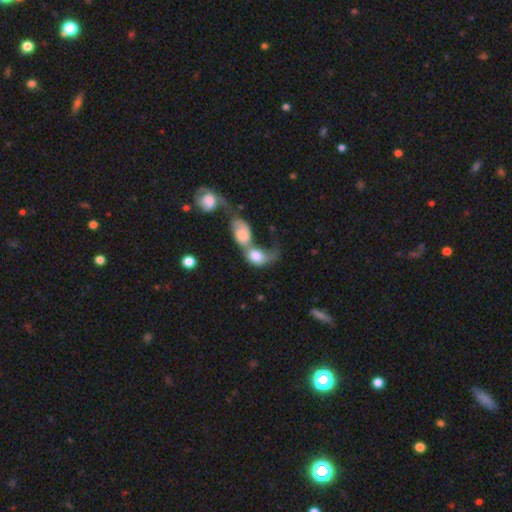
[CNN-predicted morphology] Smooth or featured: smooth — 64% (featured or disk — 28%)
How rounded: in between — 71% (round — 26%)
Merging: merger — 78% (major disturbance — 11%)